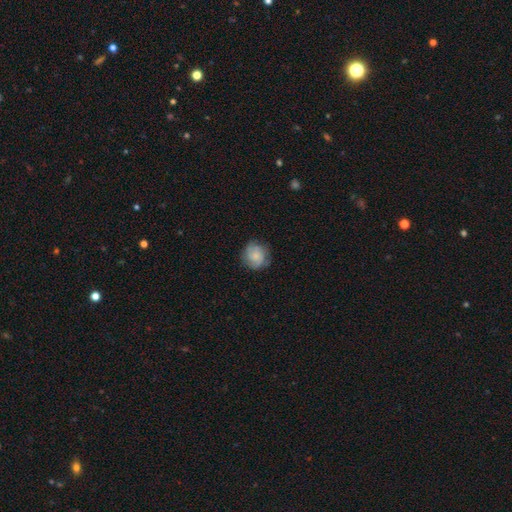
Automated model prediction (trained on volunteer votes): Morphology: type=smooth (64%); roundness=round (85%); merging=none (76%).